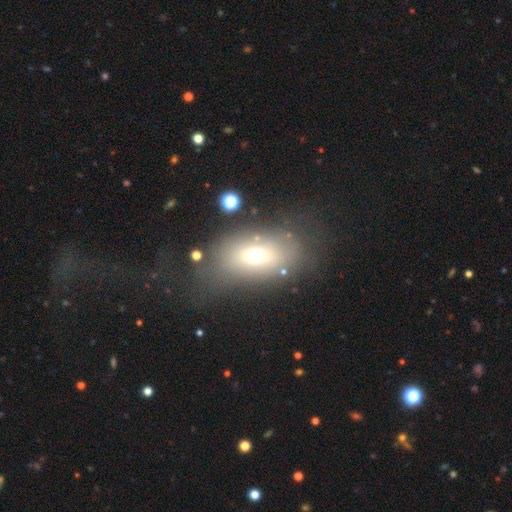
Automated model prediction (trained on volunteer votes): Smooth or featured? smooth (62%)
How rounded? in between (78%)
Merging? none (65%)